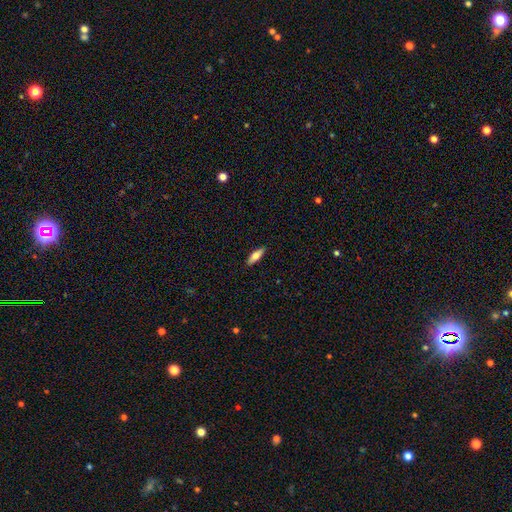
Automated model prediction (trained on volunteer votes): Smooth or featured? smooth (70%)
How rounded? in between (51%)
Merging? none (90%)